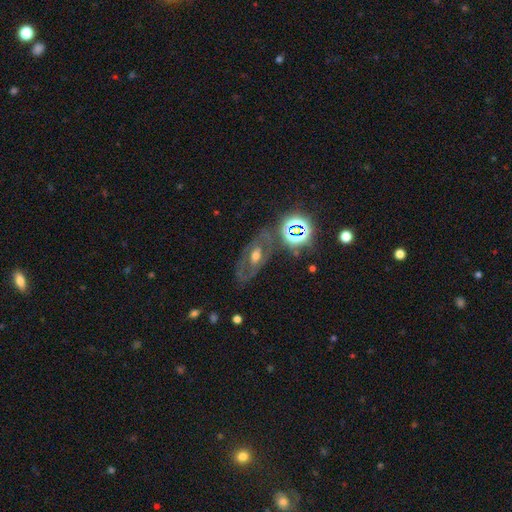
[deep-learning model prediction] A featured or disk galaxy (57%) with no bar (59%), no spiral arms (59%) and a moderate central bulge (62%). Merging: none (68%).